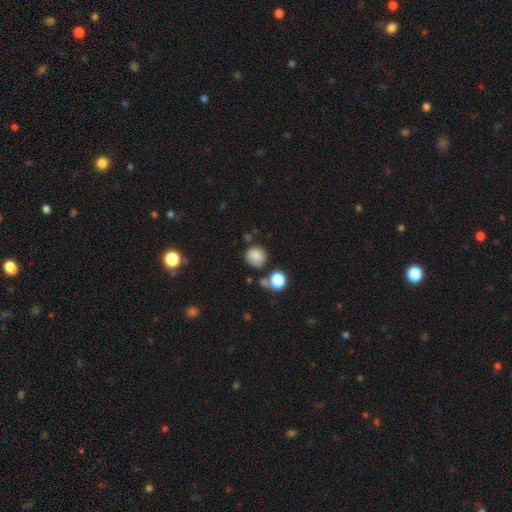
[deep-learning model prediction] Overall: smooth (82%). How rounded: round (87%). Merging: none (67%).